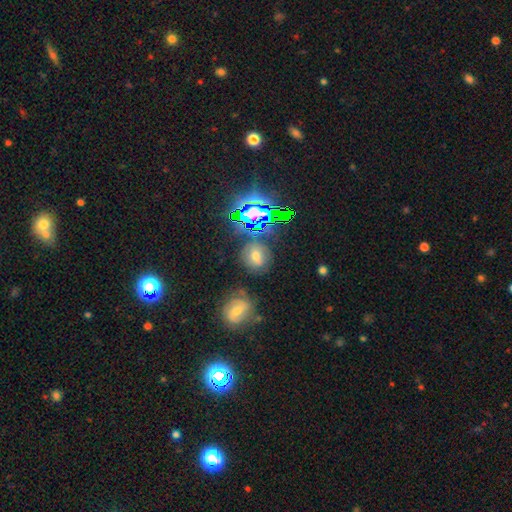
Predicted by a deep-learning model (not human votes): smooth_or_featured: smooth (p=0.44) [alt: star or artifact p=0.39]
merging: none (p=0.75) [alt: minor disturbance p=0.13]